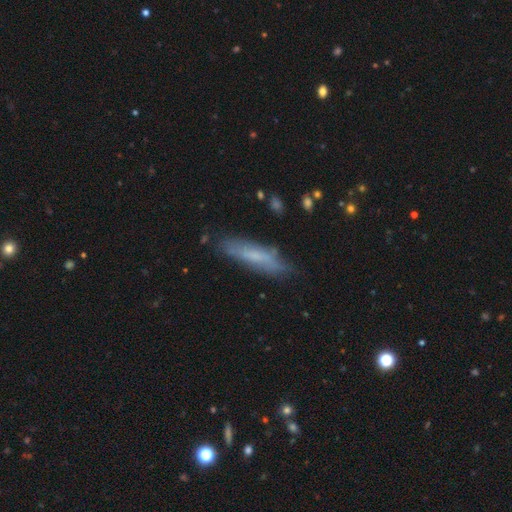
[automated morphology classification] Smooth or featured? smooth (57%)
How rounded? cigar-shaped (74%)
Merging? none (75%)